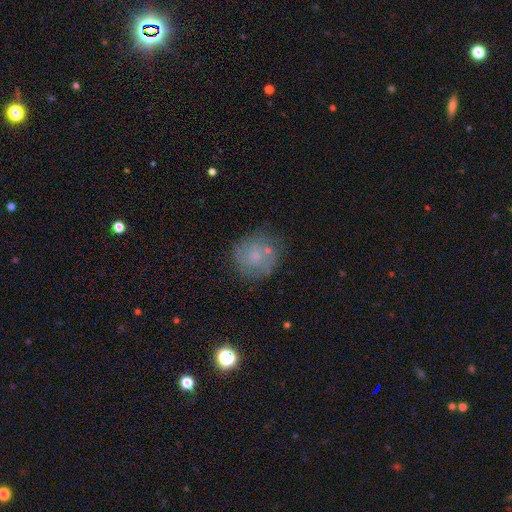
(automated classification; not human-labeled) Smooth or featured: smooth — 55% (featured or disk — 34%)
How rounded: round — 85% (in between — 14%)
Merging: none — 66% (minor disturbance — 19%)